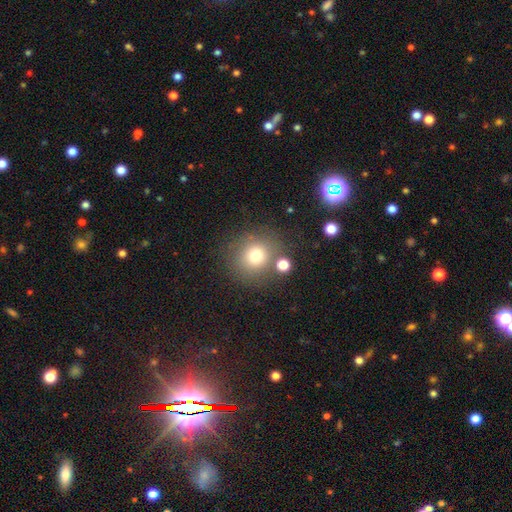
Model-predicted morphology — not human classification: smooth 74%, star or artifact 14%, featured or disk 12%. Down the decision tree: how rounded — round (89%); merging — none (74%).